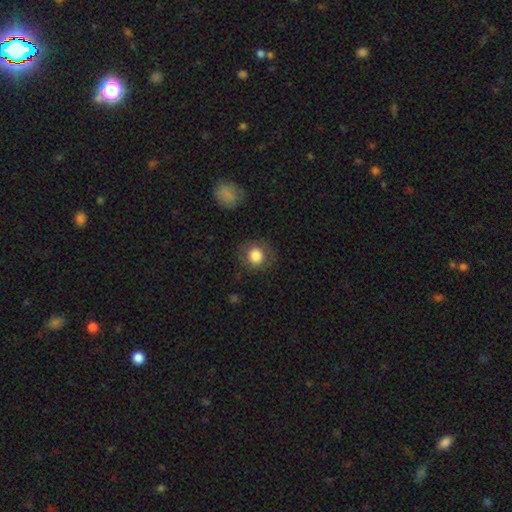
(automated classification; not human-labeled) Overall: smooth (82%). How rounded: round (85%). Merging: none (82%).